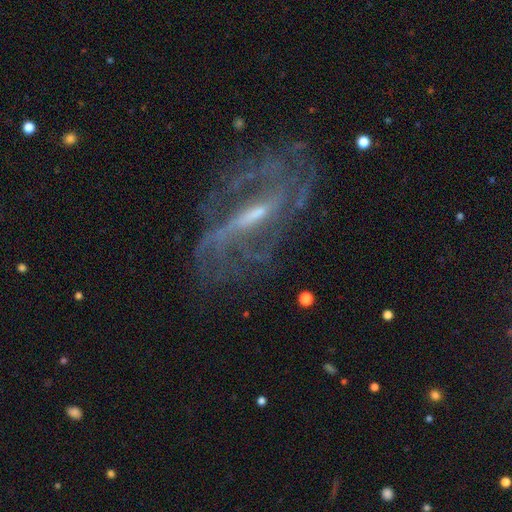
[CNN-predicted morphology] type=featured or disk (85%); edge-on=no (86%); bar=strong (49%); spiral arms=yes (88%); winding=medium (42%); arm count=2 (38%); bulge=small (55%); merging=none (63%).